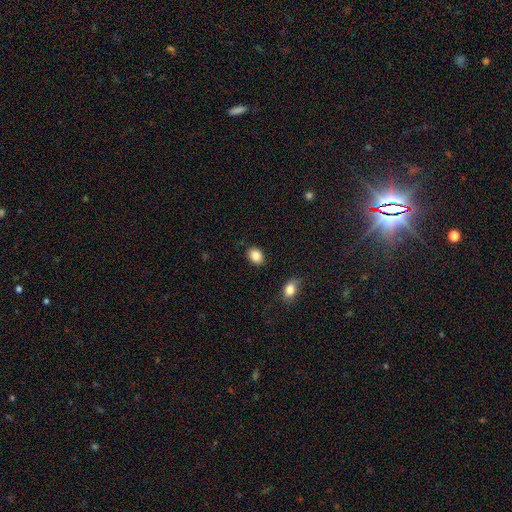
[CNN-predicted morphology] type=smooth (87%); roundness=in between (68%); merging=none (85%).